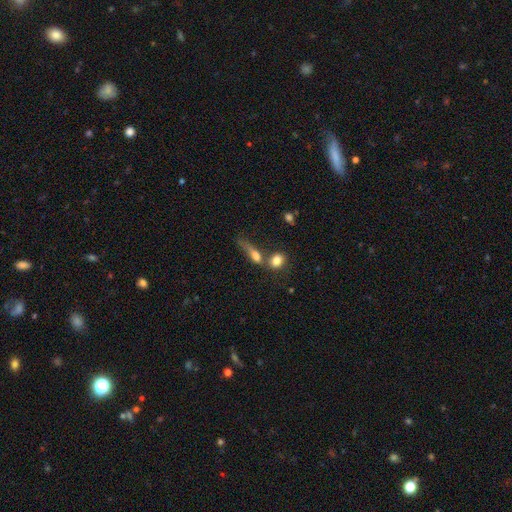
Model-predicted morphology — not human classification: smooth-or-featured: smooth: 71% | featured or disk: 19% | star or artifact: 11%
  how-rounded: in between: 54% | cigar-shaped: 26% | round: 20%
  merging: merger: 44% | none: 24% | major disturbance: 18% | minor disturbance: 14%